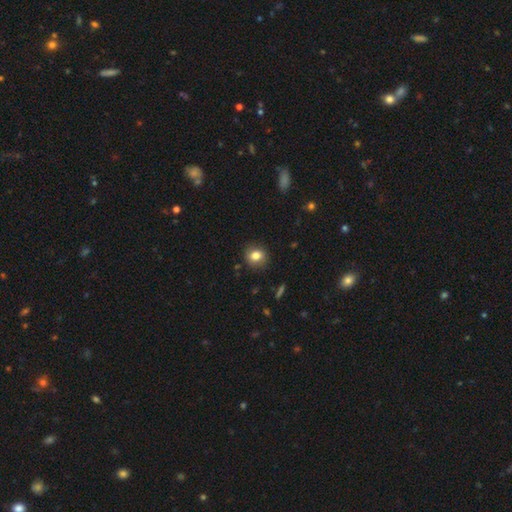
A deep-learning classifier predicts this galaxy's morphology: Smooth or featured? smooth (81%)
How rounded? round (75%)
Merging? none (86%)